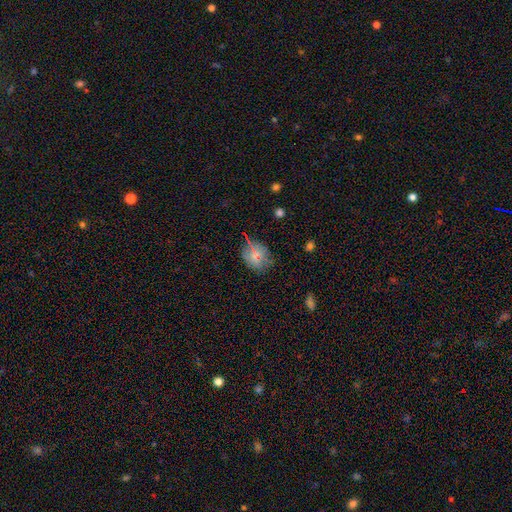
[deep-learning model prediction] This appears to be a smooth galaxy with no disk features (70%) that is round (66%). Merging: none (78%).